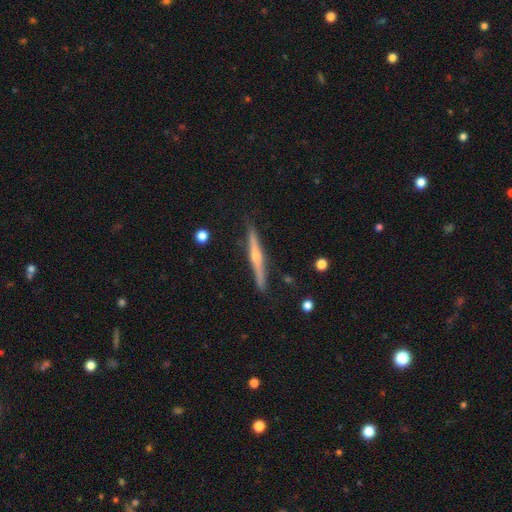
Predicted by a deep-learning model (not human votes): Smooth or featured? Predicted: featured or disk (p=0.72). Edge-on disk? Predicted: yes (p=0.98). Edge-on bulge? Predicted: rounded (p=0.81). Merging? Predicted: none (p=0.89).